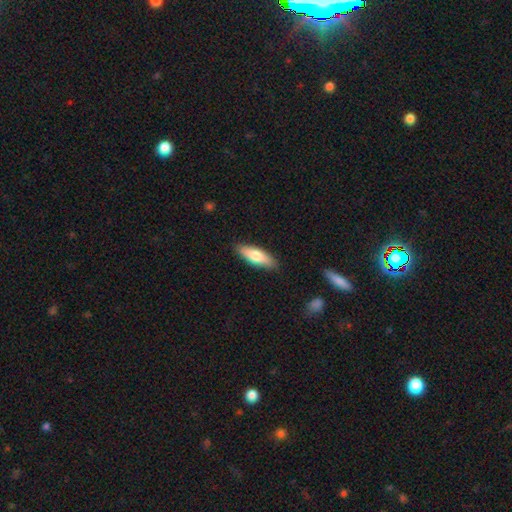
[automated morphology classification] smooth_or_featured: smooth (p=0.73) [alt: featured or disk p=0.21]
how_rounded: in between (p=0.55) [alt: cigar-shaped p=0.43]
merging: none (p=0.88) [alt: minor disturbance p=0.09]